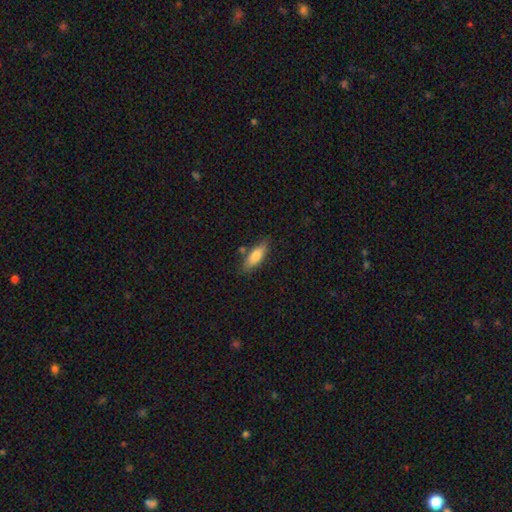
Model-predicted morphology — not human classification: smooth_or_featured: smooth (p=0.79) [alt: featured or disk p=0.15]
how_rounded: in between (p=0.64) [alt: cigar-shaped p=0.34]
merging: none (p=0.76) [alt: minor disturbance p=0.15]